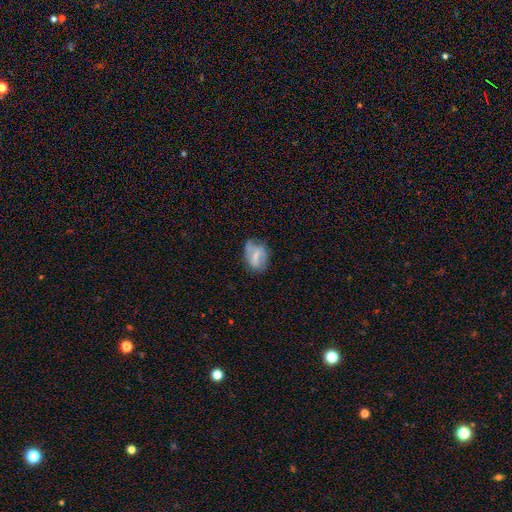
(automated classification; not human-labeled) A smooth galaxy with no disk features (46%).

Vote fractions:
- Smooth or featured? smooth: 46% / featured or disk: 45% / star or artifact: 9%
- Merging? none: 50% / minor disturbance: 32% / major disturbance: 16% / merger: 3%